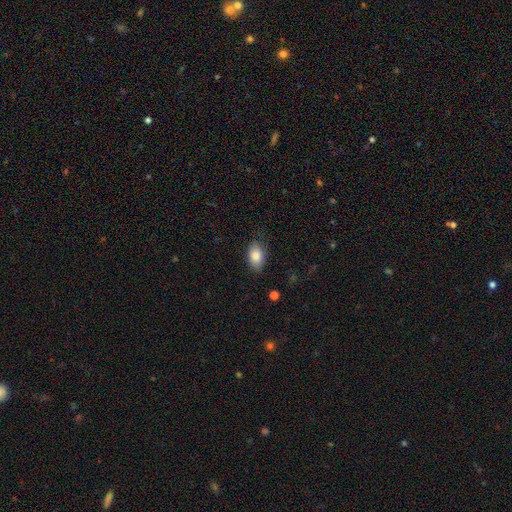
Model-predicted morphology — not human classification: Q: Smooth or featured?
A: smooth (85%); runner-up: featured or disk (8%)
Q: How rounded?
A: in between (91%); runner-up: round (7%)
Q: Merging?
A: none (80%); runner-up: minor disturbance (16%)